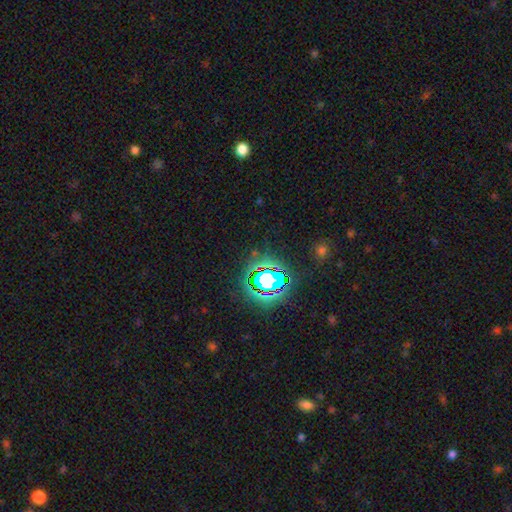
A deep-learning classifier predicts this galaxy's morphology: Smooth or featured: star or artifact — 74% (smooth — 16%)